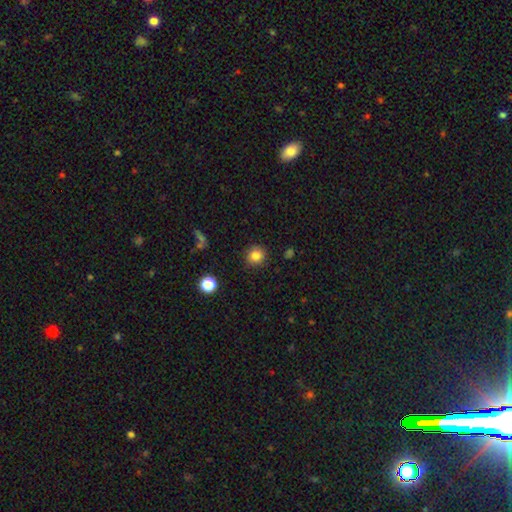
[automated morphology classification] smooth 83%, star or artifact 12%, featured or disk 6%. Down the decision tree: how rounded — round (90%); merging — none (90%).